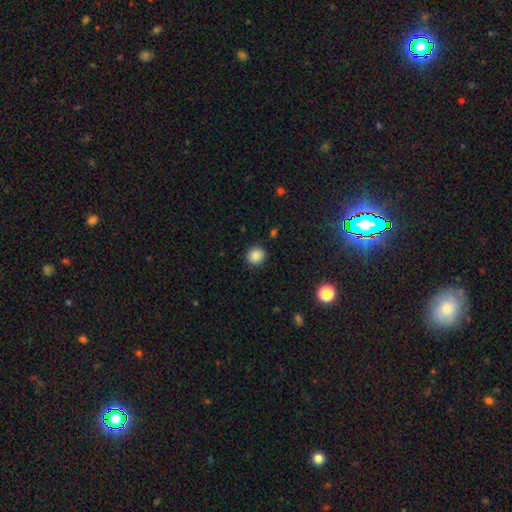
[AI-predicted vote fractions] Smooth or featured: smooth — 86% (star or artifact — 10%)
How rounded: round — 91% (in between — 8%)
Merging: none — 91% (minor disturbance — 6%)